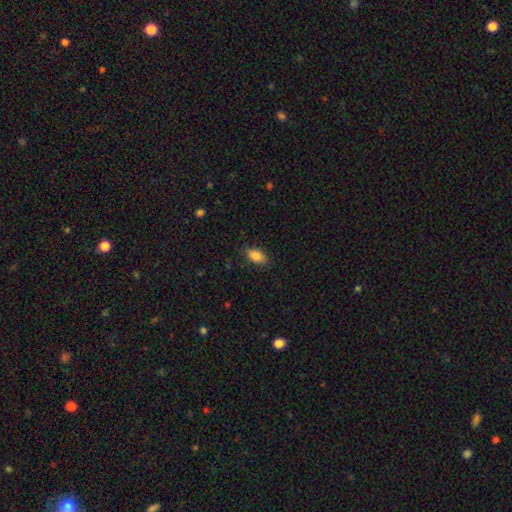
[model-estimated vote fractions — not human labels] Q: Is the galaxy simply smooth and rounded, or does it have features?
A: smooth — 86%.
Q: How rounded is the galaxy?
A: in between — 91%.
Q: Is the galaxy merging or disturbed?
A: none — 86%.